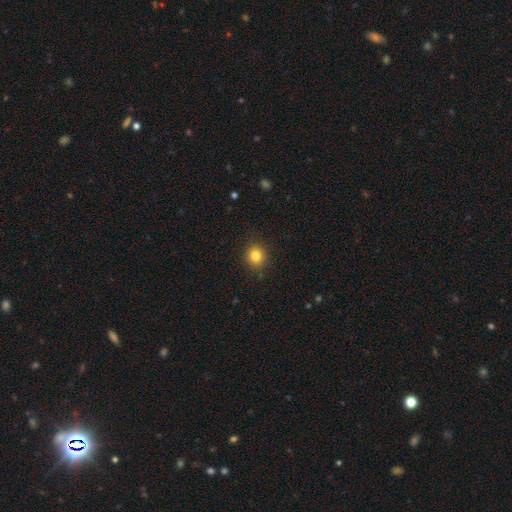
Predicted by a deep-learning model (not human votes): Smooth or featured?
  - smooth: 82% *
  - star or artifact: 12%
  - featured or disk: 6%
How rounded?
  - round: 80% *
  - in between: 19%
  - cigar-shaped: 1%
Merging?
  - none: 89% *
  - minor disturbance: 8%
  - major disturbance: 2%
  - merger: 1%